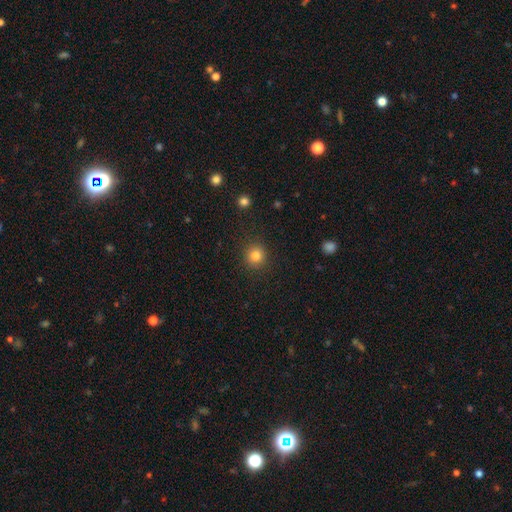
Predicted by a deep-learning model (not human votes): This appears to be a smooth galaxy with no disk features (82%) that is round (92%). Merging: none (90%).